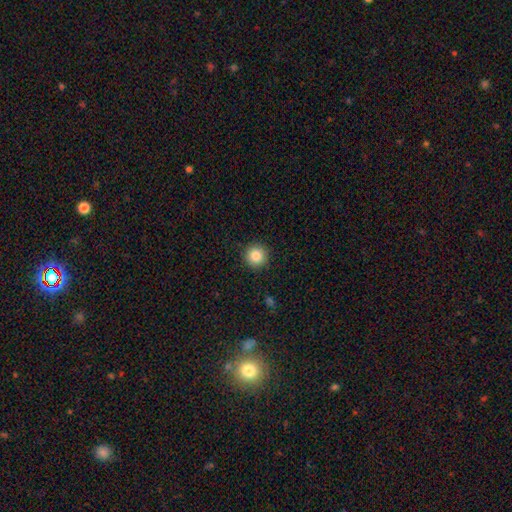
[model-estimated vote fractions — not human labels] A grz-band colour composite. It shows a smooth galaxy with no disk features (86%) that is round (96%). Merging: none (92%).